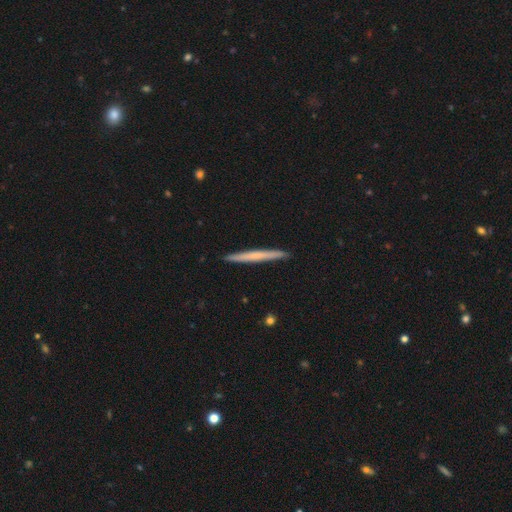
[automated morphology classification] Smooth or featured?
  - smooth: 52% *
  - featured or disk: 43%
  - star or artifact: 5%
How rounded?
  - cigar-shaped: 97% *
  - in between: 2%
  - round: 1%
Merging?
  - none: 93% *
  - minor disturbance: 5%
  - major disturbance: 1%
  - merger: 1%